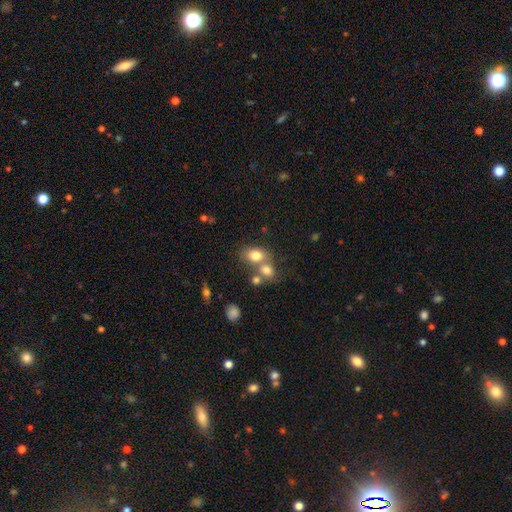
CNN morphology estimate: The model was most divided on "merging": merger: 43%, none: 42%, minor disturbance: 10%, major disturbance: 5%. More confident: smooth or featured — smooth (77%); how rounded — in between (67%).